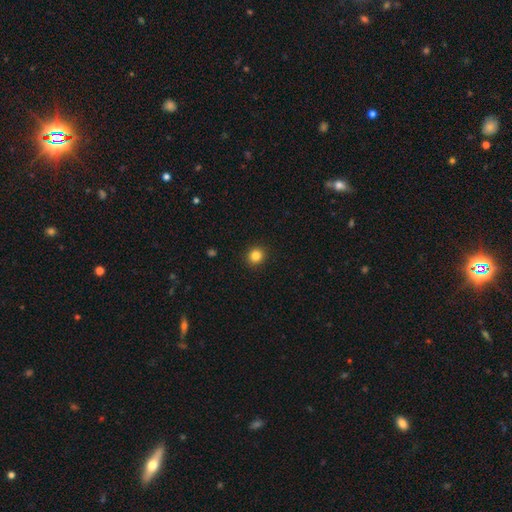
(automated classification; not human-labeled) smooth_or_featured: smooth (p=0.84) [alt: star or artifact p=0.12]
how_rounded: round (p=0.91) [alt: in between p=0.08]
merging: none (p=0.92) [alt: minor disturbance p=0.05]